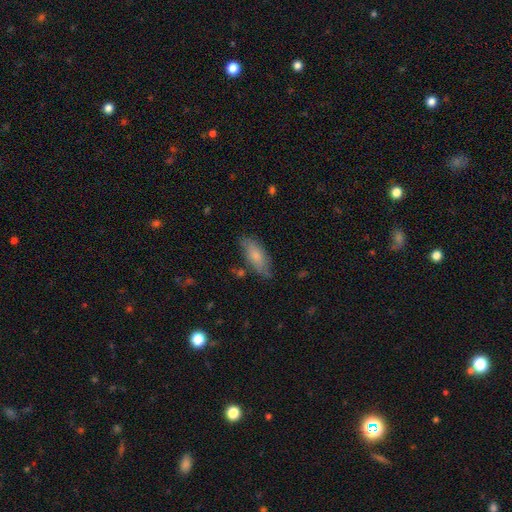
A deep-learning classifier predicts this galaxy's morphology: Smooth or featured?
  - smooth: 74% *
  - featured or disk: 20%
  - star or artifact: 6%
How rounded?
  - in between: 78% *
  - cigar-shaped: 20%
  - round: 2%
Merging?
  - none: 73% *
  - minor disturbance: 20%
  - major disturbance: 4%
  - merger: 3%